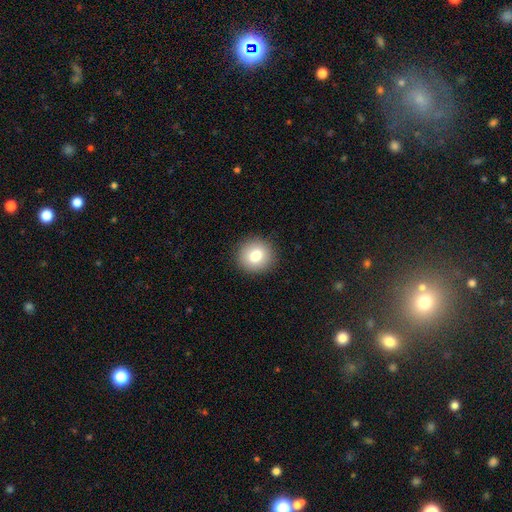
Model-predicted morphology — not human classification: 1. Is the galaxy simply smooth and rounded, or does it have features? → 80% smooth, 10% featured or disk, 10% star or artifact.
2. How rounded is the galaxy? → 90% round, 9% in between, 1% cigar-shaped.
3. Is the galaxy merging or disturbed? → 91% none, 6% minor disturbance, 2% major disturbance, 1% merger.